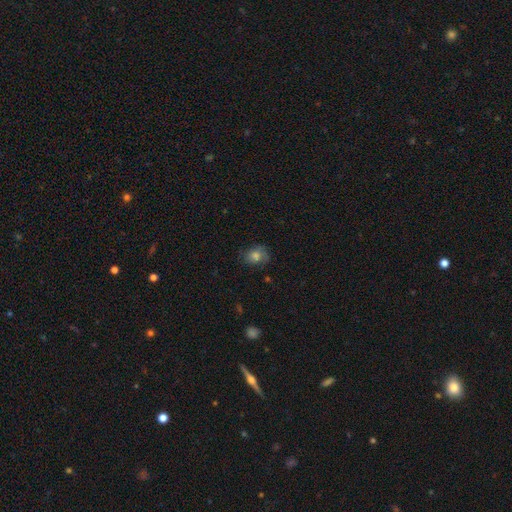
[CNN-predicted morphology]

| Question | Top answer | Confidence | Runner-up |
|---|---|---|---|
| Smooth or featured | smooth | 62% | featured or disk (25%) |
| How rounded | round | 55% | in between (44%) |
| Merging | none | 67% | minor disturbance (23%) |